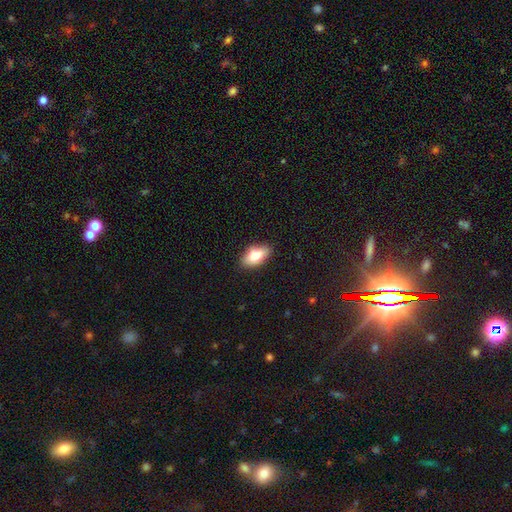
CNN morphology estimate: Smooth or featured? Predicted: smooth (p=0.77). How rounded? Predicted: in between (p=0.89). Merging? Predicted: none (p=0.84).